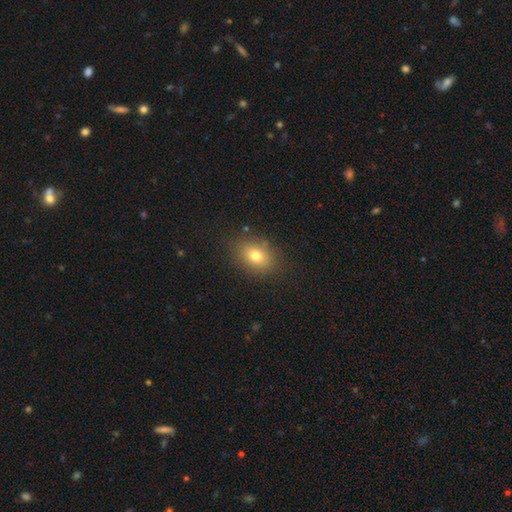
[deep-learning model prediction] smooth 77%, star or artifact 12%, featured or disk 11%. Down the decision tree: how rounded — in between (66%); merging — none (83%).